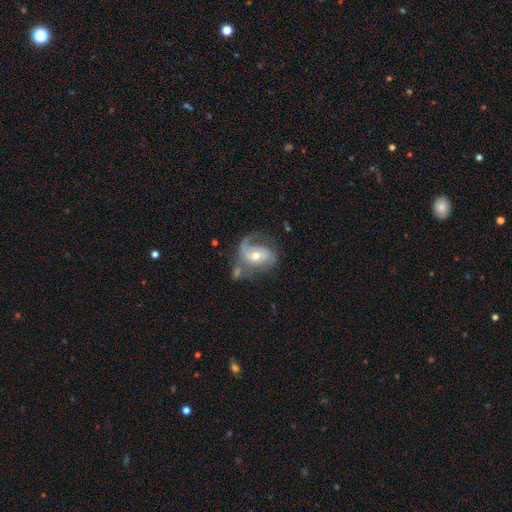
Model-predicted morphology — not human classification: Q: Smooth or featured?
A: featured or disk (75%); runner-up: smooth (18%)
Q: Edge-on disk?
A: no (97%); runner-up: yes (3%)
Q: Bar?
A: no (49%); runner-up: weak (37%)
Q: Spiral arms?
A: yes (89%); runner-up: no (11%)
Q: Spiral winding?
A: loose (44%); runner-up: medium (40%)
Q: Spiral arm count?
A: 2 (47%); runner-up: 1 (43%)
Q: Bulge size?
A: moderate (64%); runner-up: small (30%)
Q: Merging?
A: none (40%); runner-up: major disturbance (26%)